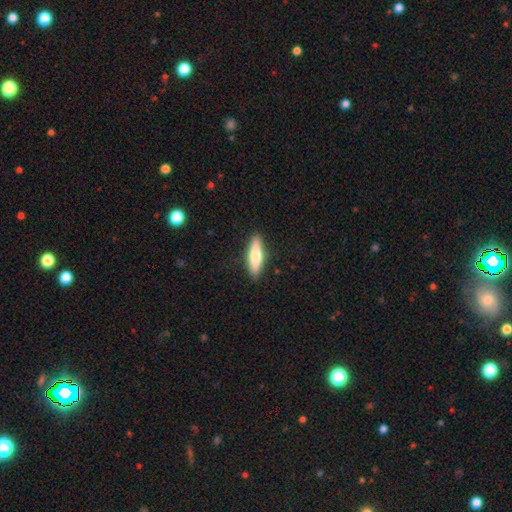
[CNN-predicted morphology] A smooth galaxy with no disk features (62%) that is cigar-shaped (69%). Merging: none (90%).